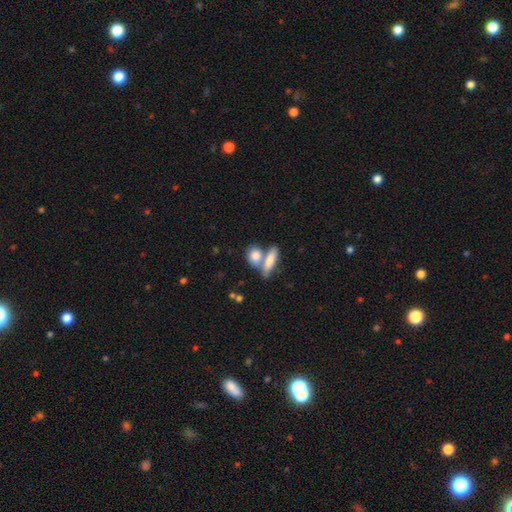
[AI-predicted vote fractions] This is clearly a smooth galaxy (81%). How rounded: possibly in between (58%). Merging: marginally merger (44%).